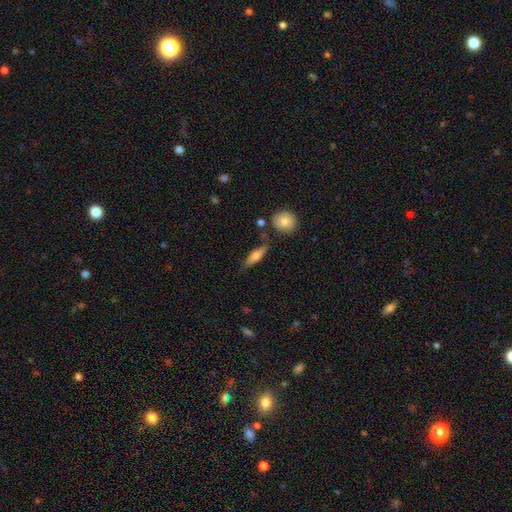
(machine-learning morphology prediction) type=smooth (61%); roundness=cigar-shaped (58%); merging=none (73%).